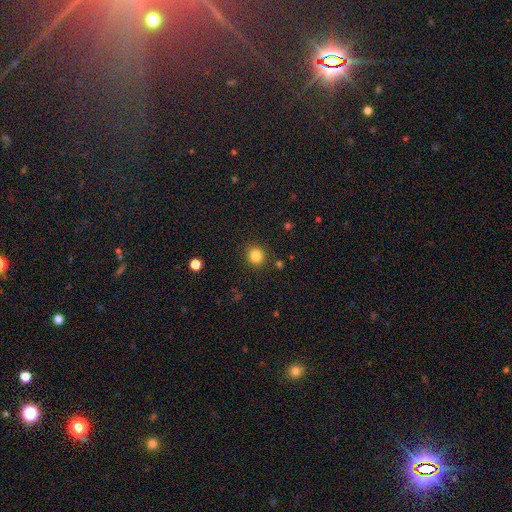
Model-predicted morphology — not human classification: Overall: smooth (83%). How rounded: round (89%). Merging: none (89%).